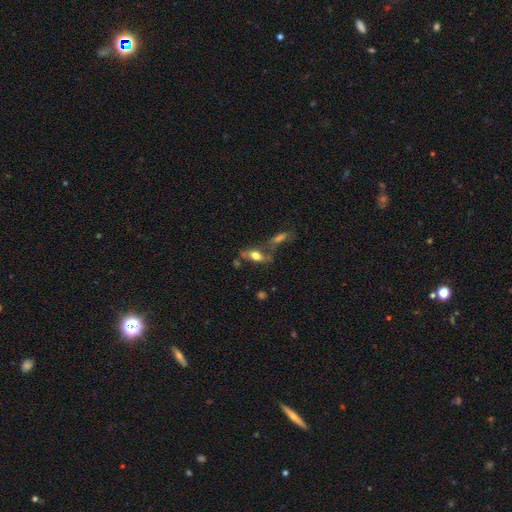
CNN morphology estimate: A smooth galaxy with no disk features (61%) that is in between round and cigar-shaped (77%).

Vote fractions:
- Smooth or featured? smooth: 61% / featured or disk: 28% / star or artifact: 11%
- How rounded? in between: 77% / cigar-shaped: 18% / round: 6%
- Merging? none: 44% / merger: 30% / minor disturbance: 16% / major disturbance: 10%